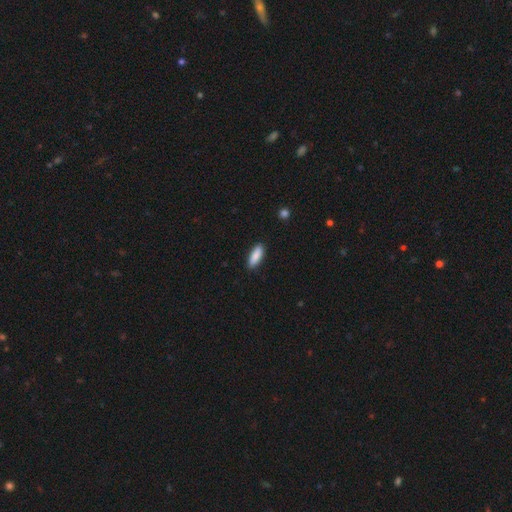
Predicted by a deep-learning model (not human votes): Smooth or featured: smooth — 89% (star or artifact — 6%)
How rounded: in between — 67% (cigar-shaped — 32%)
Merging: none — 89% (minor disturbance — 8%)